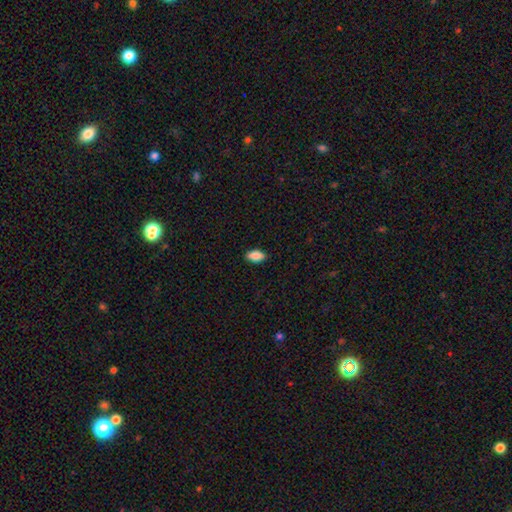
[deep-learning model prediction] Q: Smooth or featured?
A: smooth (87%); runner-up: star or artifact (7%)
Q: How rounded?
A: in between (90%); runner-up: cigar-shaped (6%)
Q: Merging?
A: none (87%); runner-up: minor disturbance (10%)